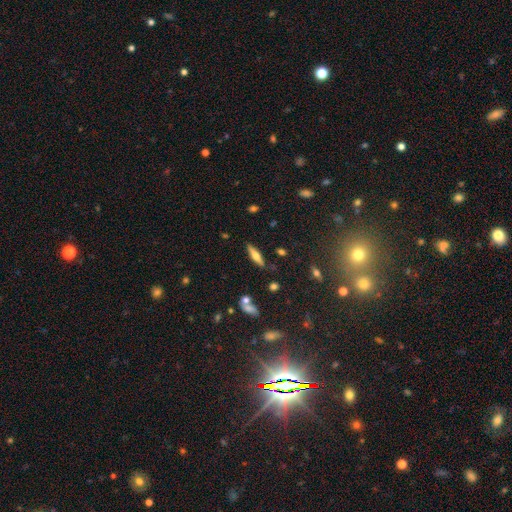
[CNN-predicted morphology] type=featured or disk (48%); merging=none (84%).